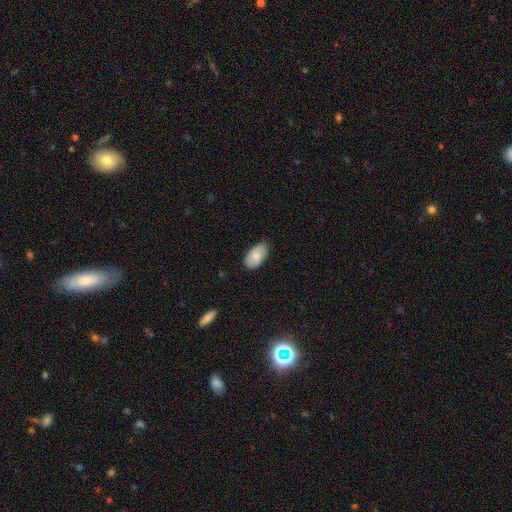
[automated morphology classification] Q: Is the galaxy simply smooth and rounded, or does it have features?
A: smooth — 80%.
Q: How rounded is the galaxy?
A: in between — 95%.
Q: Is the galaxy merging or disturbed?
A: none — 73%.